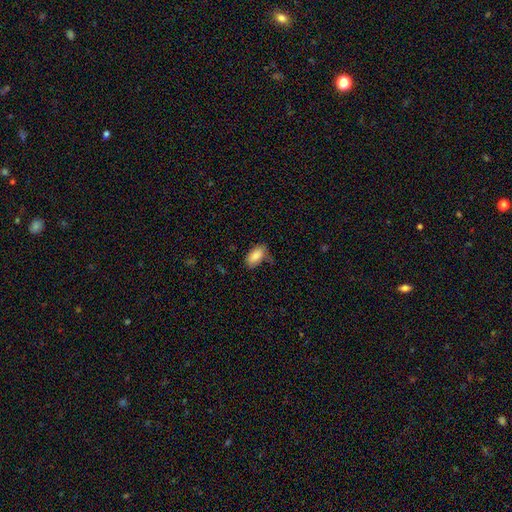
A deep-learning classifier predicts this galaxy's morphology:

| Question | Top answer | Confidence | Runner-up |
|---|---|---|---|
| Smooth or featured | smooth | 86% | star or artifact (7%) |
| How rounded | in between | 93% | cigar-shaped (4%) |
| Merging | none | 64% | minor disturbance (26%) |